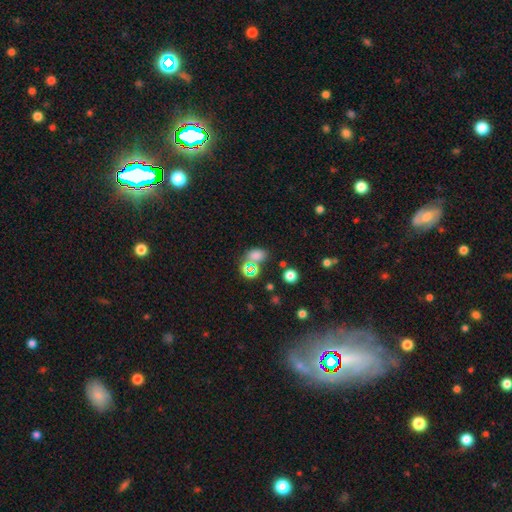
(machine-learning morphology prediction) Smooth or featured? Predicted: smooth (p=0.66). How rounded? Predicted: in between (p=0.70). Merging? Predicted: none (p=0.50).